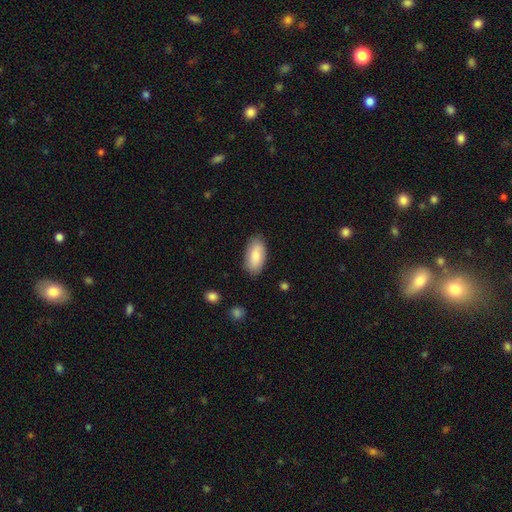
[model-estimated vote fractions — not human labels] Smooth or featured?
  - smooth: 81% *
  - featured or disk: 14%
  - star or artifact: 6%
How rounded?
  - in between: 93% *
  - cigar-shaped: 5%
  - round: 2%
Merging?
  - none: 84% *
  - minor disturbance: 12%
  - major disturbance: 3%
  - merger: 1%